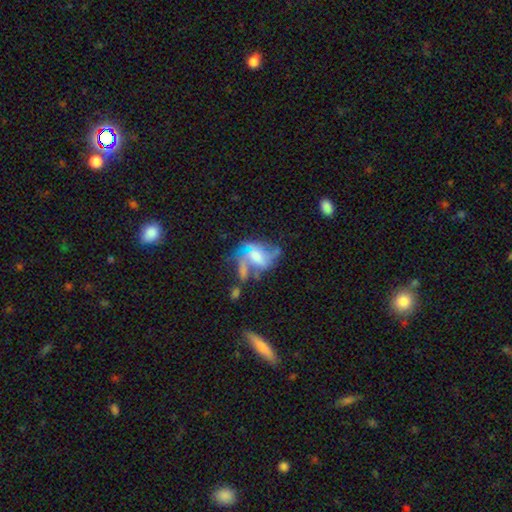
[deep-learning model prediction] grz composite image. It shows a featured or disk galaxy (69%) with no bar (50%), spiral arms (72%) and a moderate central bulge (44%). Merging: major disturbance (33%).